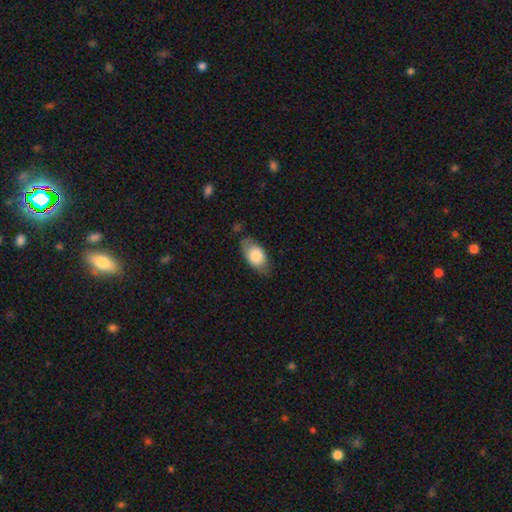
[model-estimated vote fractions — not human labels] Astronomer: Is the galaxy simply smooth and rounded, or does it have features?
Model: smooth — 77%.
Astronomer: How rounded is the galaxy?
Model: in between — 90%.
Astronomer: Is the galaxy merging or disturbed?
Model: none — 68%.